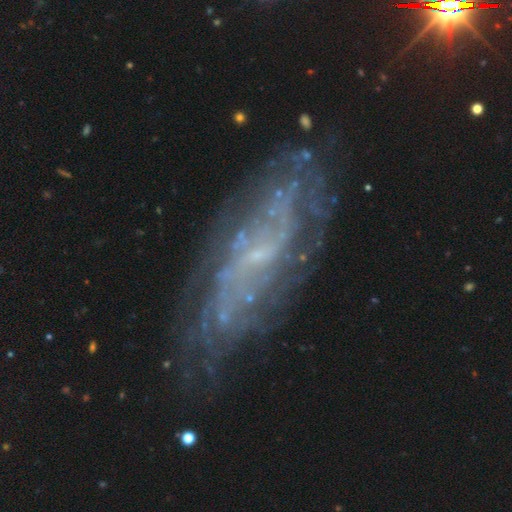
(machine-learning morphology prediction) Smooth or featured? featured or disk (78%)
Edge-on disk? no (86%)
Bar? no (54%)
Spiral arms? yes (88%)
Spiral winding? tight (47%)
Spiral arm count? can't tell (50%)
Bulge size? small (72%)
Merging? none (72%)